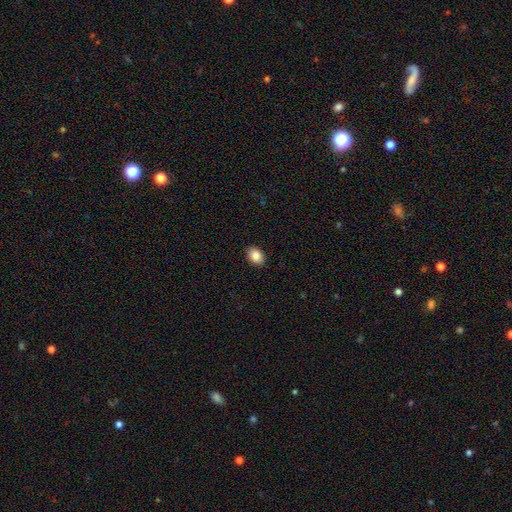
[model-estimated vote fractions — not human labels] Smooth or featured? Predicted: smooth (p=0.87). How rounded? Predicted: in between (p=0.70). Merging? Predicted: none (p=0.90).